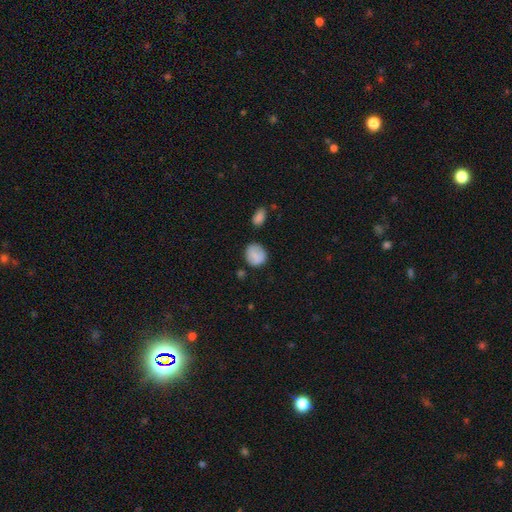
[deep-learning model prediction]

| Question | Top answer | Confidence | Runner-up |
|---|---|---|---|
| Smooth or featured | smooth | 81% | featured or disk (11%) |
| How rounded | round | 74% | in between (25%) |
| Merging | none | 75% | minor disturbance (17%) |